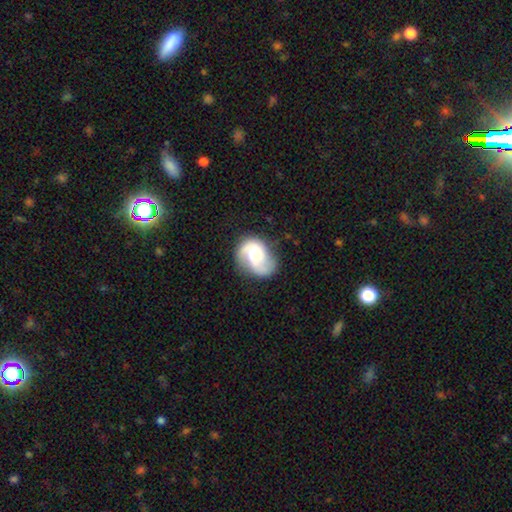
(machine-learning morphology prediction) Smooth or featured? featured or disk (74%)
Edge-on disk? no (98%)
Bar? no (55%)
Spiral arms? yes (94%)
Spiral winding? medium (49%)
Spiral arm count? 2 (86%)
Bulge size? moderate (38%)
Merging? none (66%)